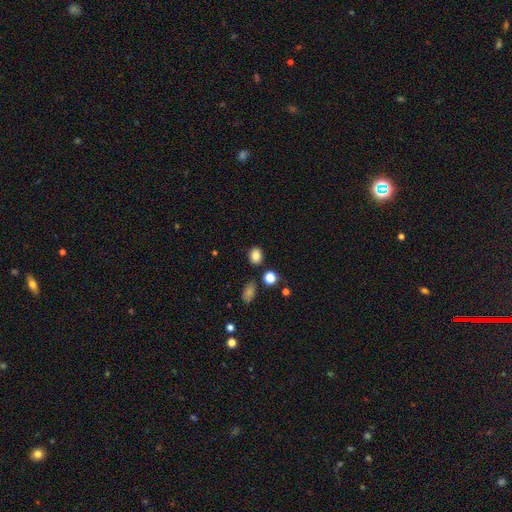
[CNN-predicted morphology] Smooth or featured? Predicted: smooth (p=0.84). How rounded? Predicted: in between (p=0.56). Merging? Predicted: none (p=0.83).